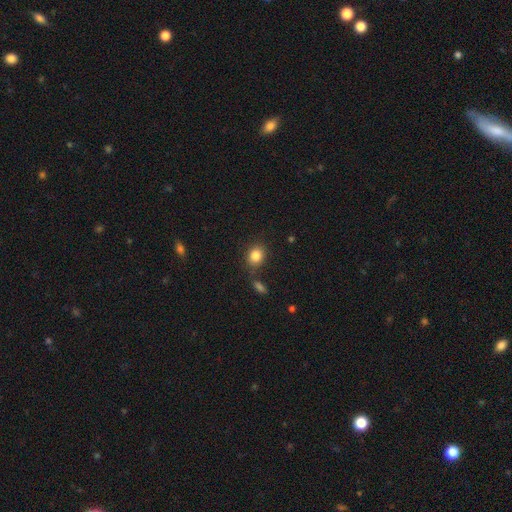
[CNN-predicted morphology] Overall: smooth (84%). How rounded: round (58%; in between 41%). Merging: none (77%).